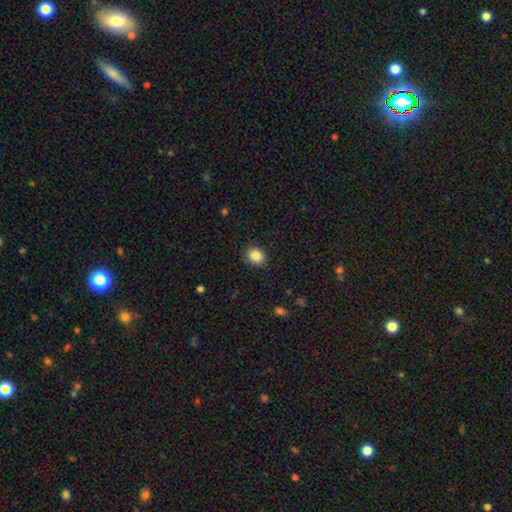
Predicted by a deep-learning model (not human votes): Overall: smooth (86%). How rounded: round (68%; in between 31%). Merging: none (89%).